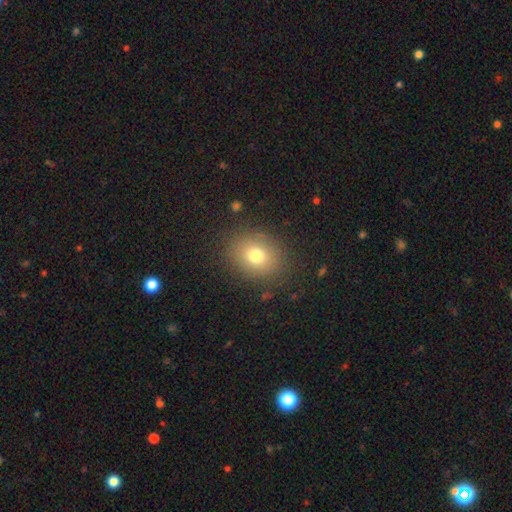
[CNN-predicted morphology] Smooth or featured? smooth (75%)
How rounded? round (58%)
Merging? none (85%)